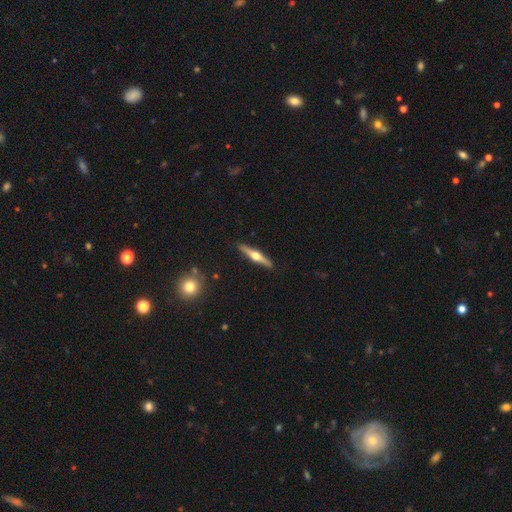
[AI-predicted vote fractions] Overall: featured or disk (71%). Edge-on disk: yes (97%). Edge-on bulge: rounded (95%). Merging: none (91%).